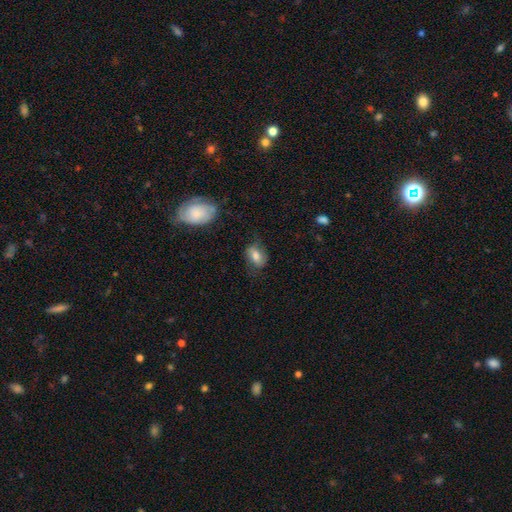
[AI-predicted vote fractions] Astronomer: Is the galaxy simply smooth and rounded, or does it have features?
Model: smooth — 68%.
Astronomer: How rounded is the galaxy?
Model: in between — 82%.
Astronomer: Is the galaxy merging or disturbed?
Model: none — 63%.